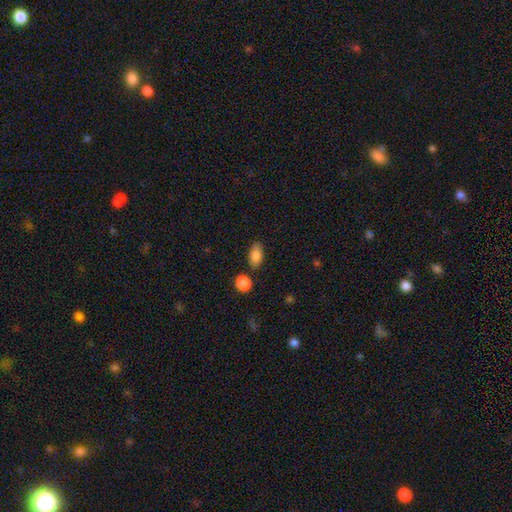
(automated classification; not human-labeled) Smooth or featured?
  - smooth: 84% *
  - star or artifact: 8%
  - featured or disk: 7%
How rounded?
  - in between: 87% *
  - round: 7%
  - cigar-shaped: 6%
Merging?
  - none: 79% *
  - minor disturbance: 13%
  - merger: 5%
  - major disturbance: 3%